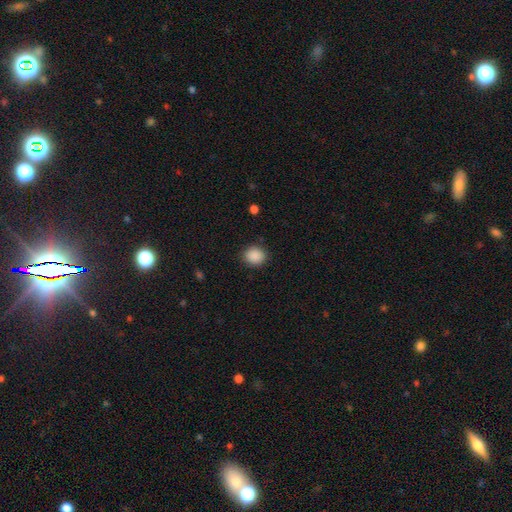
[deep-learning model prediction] This appears to be a smooth galaxy with no disk features (89%) that is round (76%). Merging: none (87%).